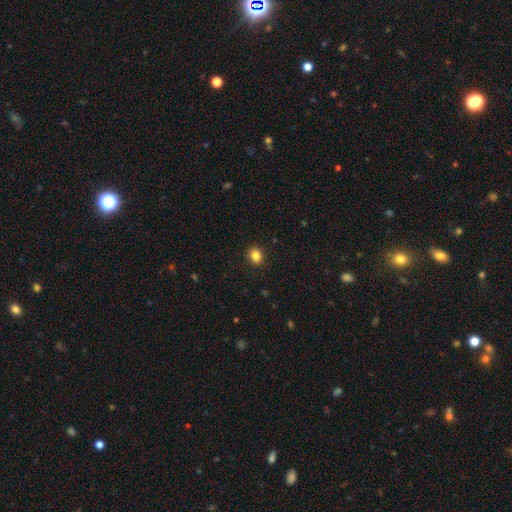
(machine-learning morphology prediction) Overall: smooth (84%). How rounded: round (66%; in between 33%). Merging: none (91%).